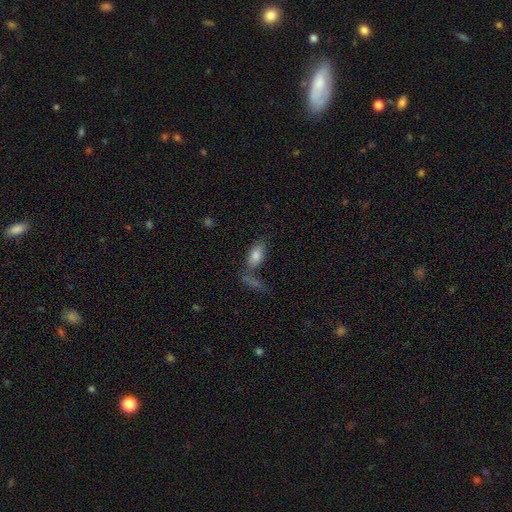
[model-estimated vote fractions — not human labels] The model was most divided on "merging": none: 56%, merger: 24%, minor disturbance: 14%, major disturbance: 6%. More confident: how rounded — in between (89%); smooth or featured — smooth (82%).